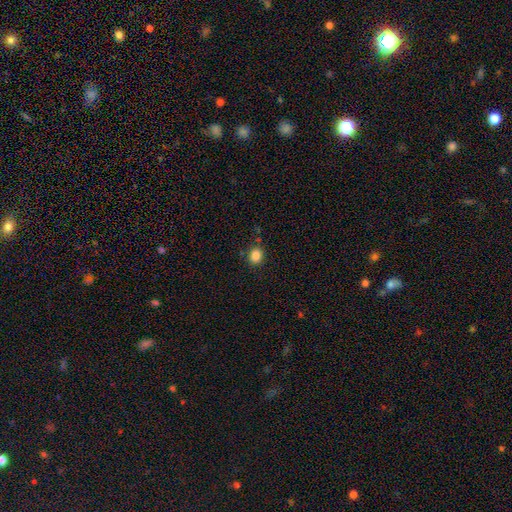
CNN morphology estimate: Overall: smooth (85%). How rounded: round (67%; in between 32%). Merging: none (84%).